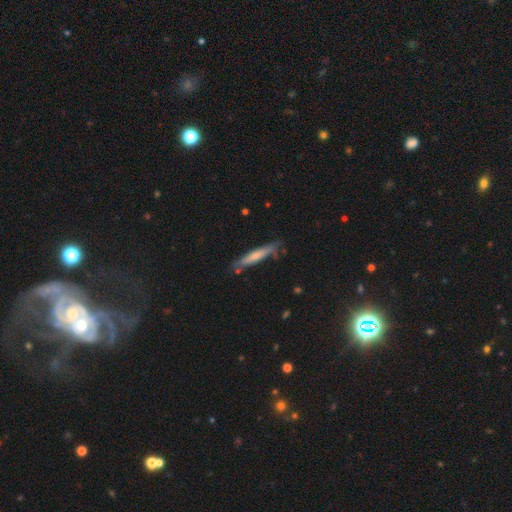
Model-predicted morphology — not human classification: Smooth or featured?
  - smooth: 60% *
  - featured or disk: 35%
  - star or artifact: 6%
How rounded?
  - cigar-shaped: 91% *
  - in between: 8%
  - round: 1%
Merging?
  - none: 70% *
  - minor disturbance: 20%
  - major disturbance: 5%
  - merger: 4%